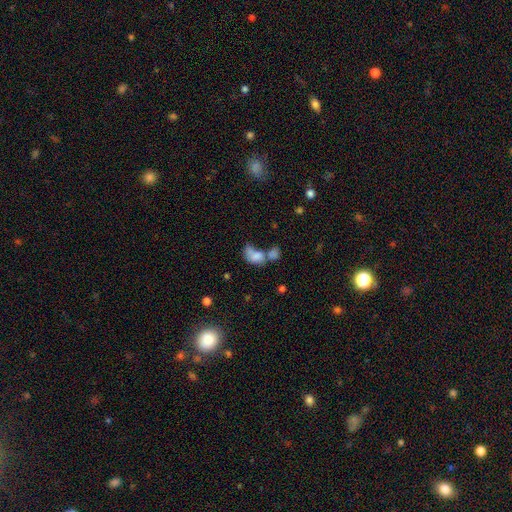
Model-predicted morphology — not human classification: A smooth galaxy with no disk features (69%) that is in between round and cigar-shaped (81%).

Vote fractions:
- Smooth or featured? smooth: 69% / featured or disk: 19% / star or artifact: 12%
- How rounded? in between: 81% / round: 17% / cigar-shaped: 2%
- Merging? merger: 57% / major disturbance: 16% / none: 16% / minor disturbance: 11%